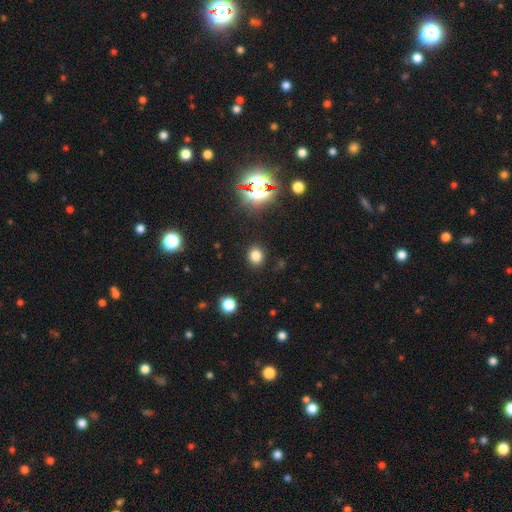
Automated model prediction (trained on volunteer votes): Morphology: type=smooth (78%); roundness=round (70%); merging=none (89%).